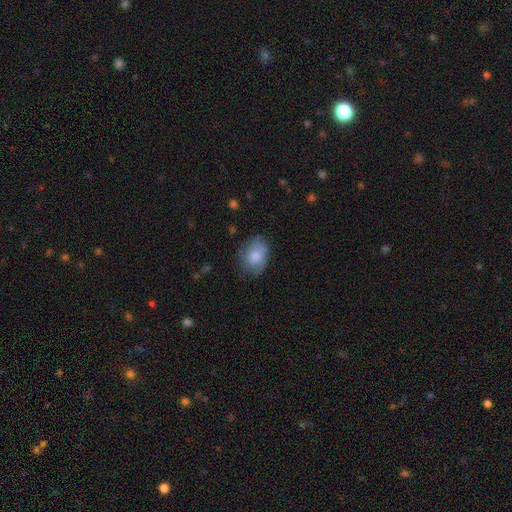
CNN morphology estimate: Q: Smooth or featured?
A: smooth (70%); runner-up: featured or disk (22%)
Q: How rounded?
A: in between (60%); runner-up: round (39%)
Q: Merging?
A: none (62%); runner-up: minor disturbance (27%)